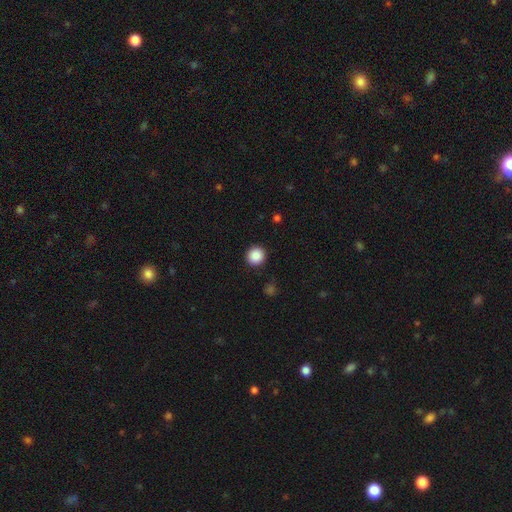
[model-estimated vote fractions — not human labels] A smooth galaxy with no disk features (88%) that is round (95%).

Vote fractions:
- Smooth or featured? smooth: 88% / star or artifact: 9% / featured or disk: 3%
- How rounded? round: 95% / in between: 5% / cigar-shaped: 1%
- Merging? none: 91% / minor disturbance: 5% / major disturbance: 2% / merger: 1%